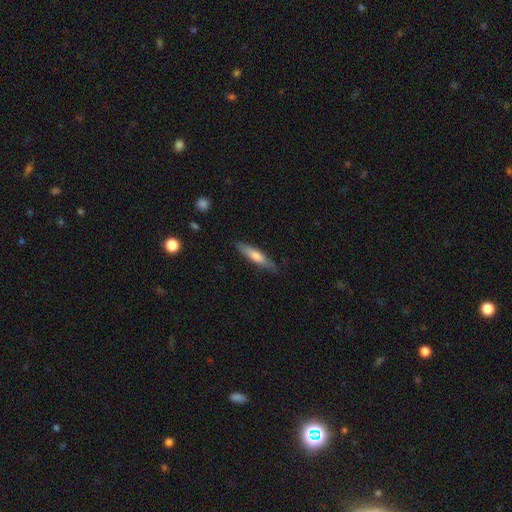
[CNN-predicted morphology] type=smooth (59%); roundness=cigar-shaped (85%); merging=none (84%).